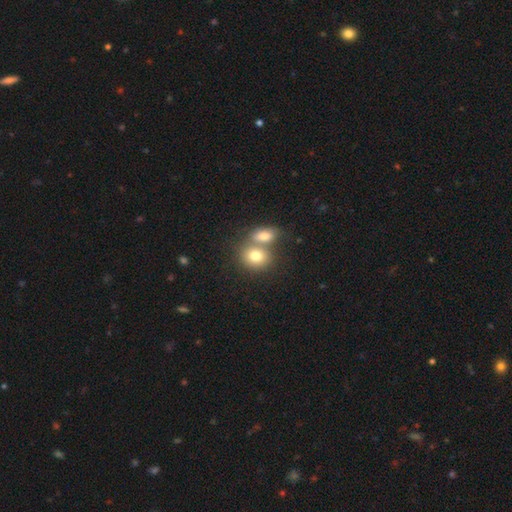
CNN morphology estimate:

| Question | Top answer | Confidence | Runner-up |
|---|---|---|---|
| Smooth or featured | smooth | 78% | featured or disk (13%) |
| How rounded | round | 54% | in between (45%) |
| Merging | merger | 54% | none (35%) |